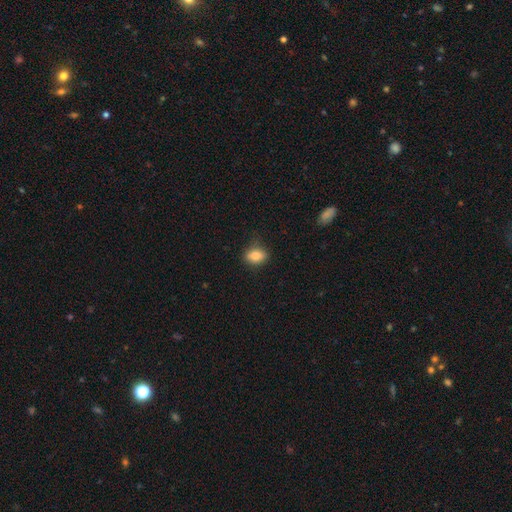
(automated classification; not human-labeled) A smooth galaxy with no disk features (86%) that is in between round and cigar-shaped (77%).

Vote fractions:
- Smooth or featured? smooth: 86% / star or artifact: 9% / featured or disk: 6%
- How rounded? in between: 77% / round: 21% / cigar-shaped: 3%
- Merging? none: 73% / minor disturbance: 21% / major disturbance: 5% / merger: 1%